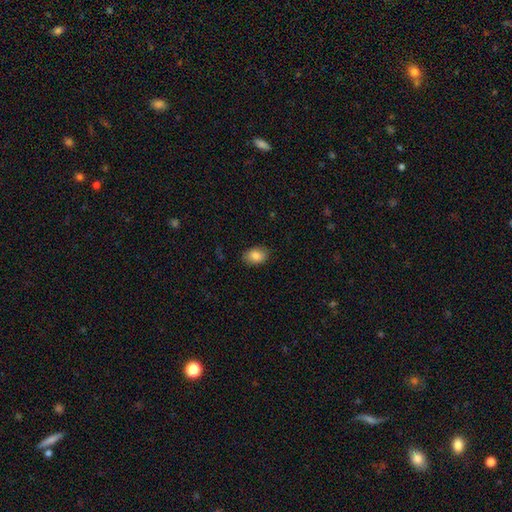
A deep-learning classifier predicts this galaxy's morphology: A smooth galaxy with no disk features (85%) that is in between round and cigar-shaped (80%).

Vote fractions:
- Smooth or featured? smooth: 85% / star or artifact: 8% / featured or disk: 7%
- How rounded? in between: 80% / round: 19% / cigar-shaped: 1%
- Merging? none: 86% / minor disturbance: 11% / major disturbance: 2% / merger: 1%